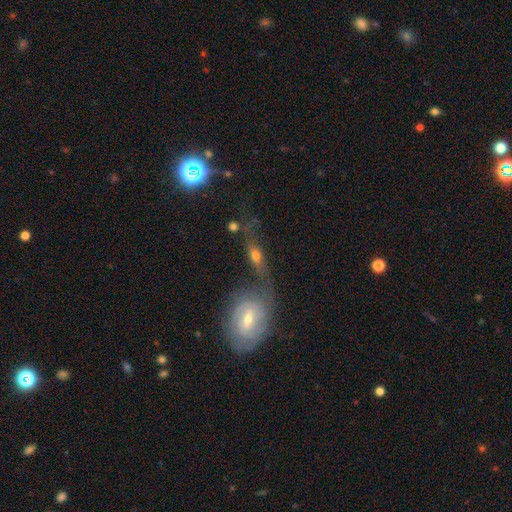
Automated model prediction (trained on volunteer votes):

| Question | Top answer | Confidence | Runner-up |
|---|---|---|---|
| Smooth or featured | smooth | 48% | featured or disk (40%) |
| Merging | none | 41% | merger (26%) |